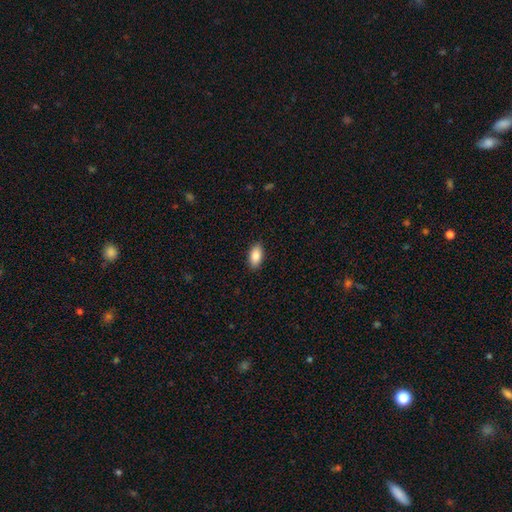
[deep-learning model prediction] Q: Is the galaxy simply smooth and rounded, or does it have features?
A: smooth — 87%.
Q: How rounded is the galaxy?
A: in between — 92%.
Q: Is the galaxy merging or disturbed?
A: none — 89%.